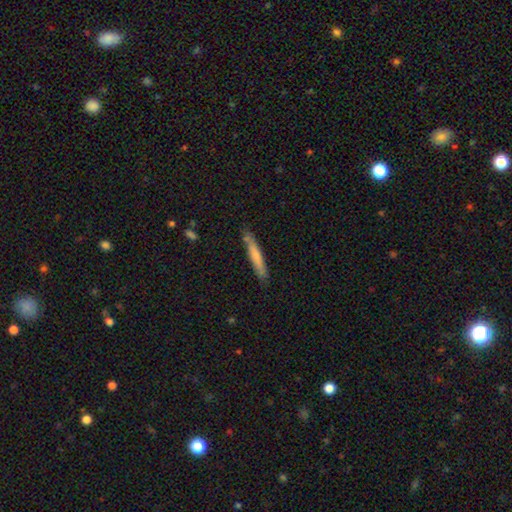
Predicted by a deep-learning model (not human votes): Morphology: type=smooth (68%); roundness=cigar-shaped (94%); merging=none (81%).